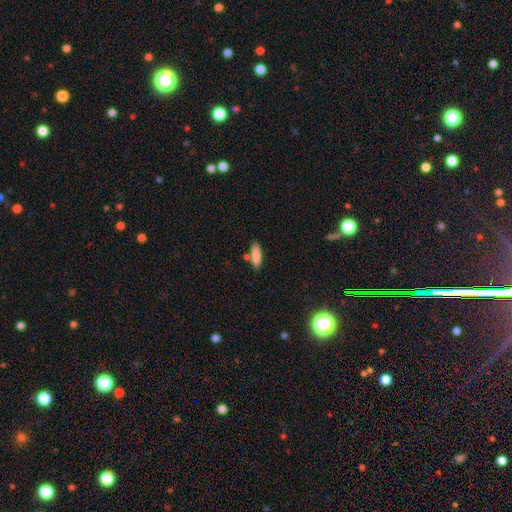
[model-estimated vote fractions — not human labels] smooth 86%, featured or disk 8%, star or artifact 7%. Down the decision tree: how rounded — cigar-shaped (54%); merging — none (76%).